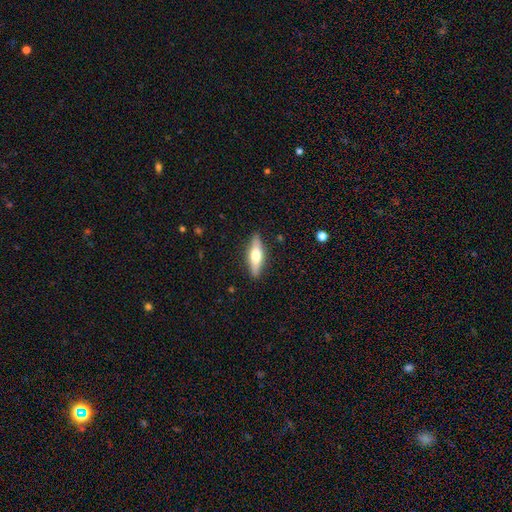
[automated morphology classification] The model was most divided on "how rounded": cigar-shaped: 55%, in between: 42%, round: 2%. More confident: merging — none (88%); smooth or featured — smooth (55%).